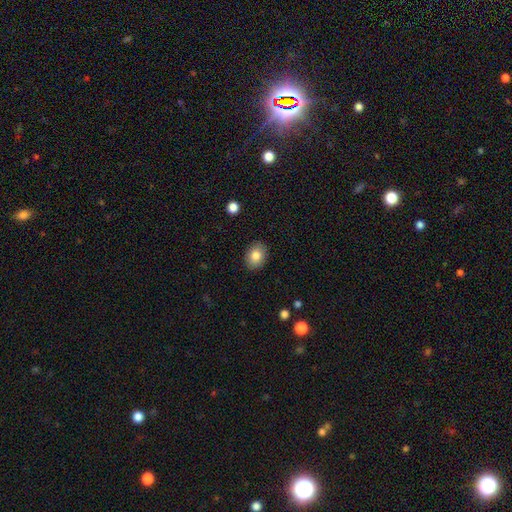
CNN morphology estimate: type=smooth (83%); roundness=in between (65%); merging=none (89%).